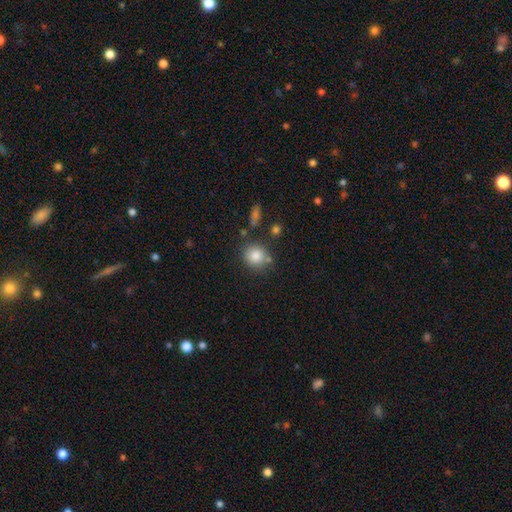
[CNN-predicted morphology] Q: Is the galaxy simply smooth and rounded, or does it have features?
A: smooth — 84%.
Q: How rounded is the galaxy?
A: round — 87%.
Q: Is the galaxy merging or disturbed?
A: none — 75%.